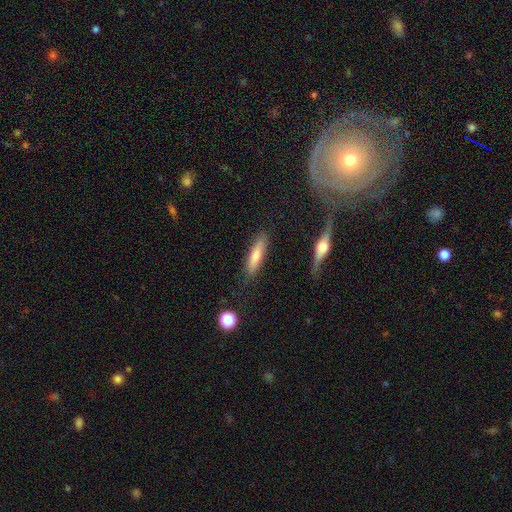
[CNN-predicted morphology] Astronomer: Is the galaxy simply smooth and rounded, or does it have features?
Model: smooth — 65%.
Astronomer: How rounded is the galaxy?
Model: cigar-shaped — 75%.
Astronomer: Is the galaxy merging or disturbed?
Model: none — 82%.